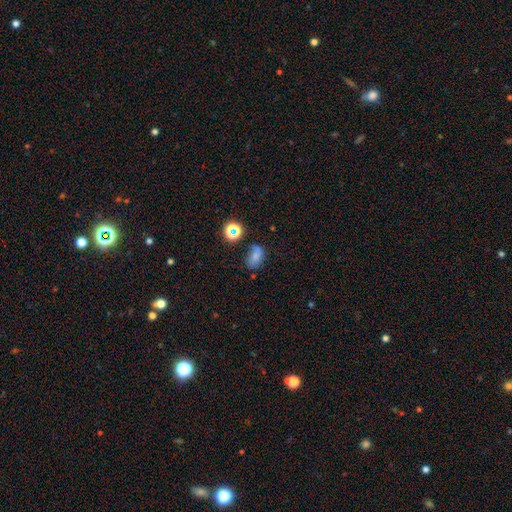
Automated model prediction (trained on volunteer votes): smooth 62%, star or artifact 20%, featured or disk 18%. Down the decision tree: how rounded — in between (82%); merging — none (52%).